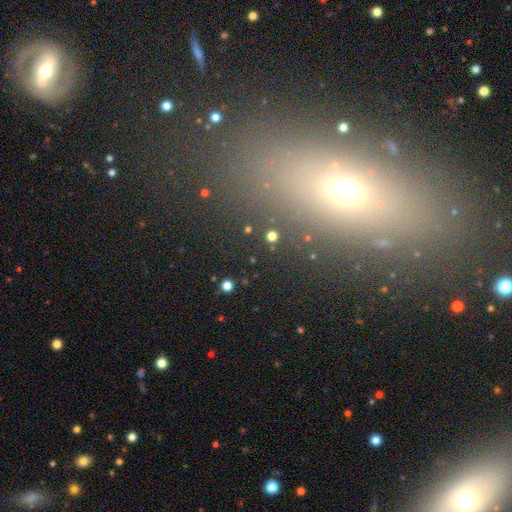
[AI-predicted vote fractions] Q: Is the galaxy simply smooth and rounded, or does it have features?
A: smooth — 51%.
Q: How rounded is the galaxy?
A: in between — 64%.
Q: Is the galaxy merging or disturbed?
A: none — 82%.